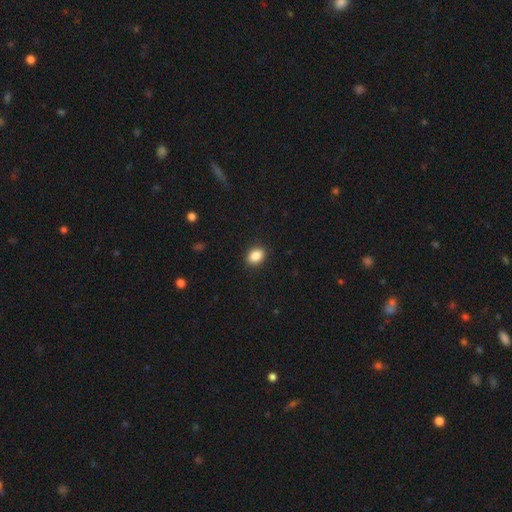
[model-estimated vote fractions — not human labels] Morphology: type=smooth (87%); roundness=in between (73%); merging=none (89%).